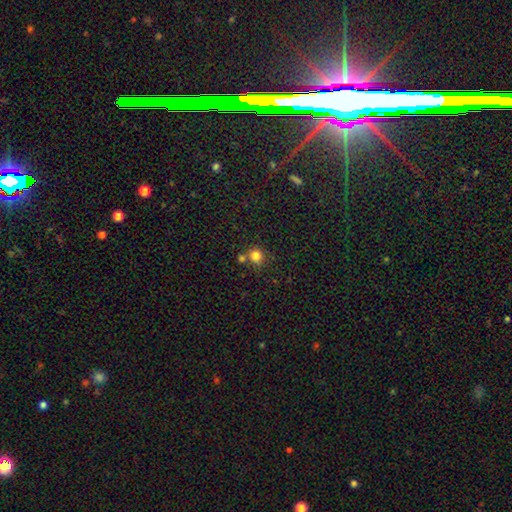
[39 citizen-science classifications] Q: Smooth or featured?
A: smooth (87%); runner-up: featured or disk (8%)
Q: How rounded?
A: round (91%); runner-up: in between (6%)
Q: Merging?
A: none (62%); runner-up: merger (24%)